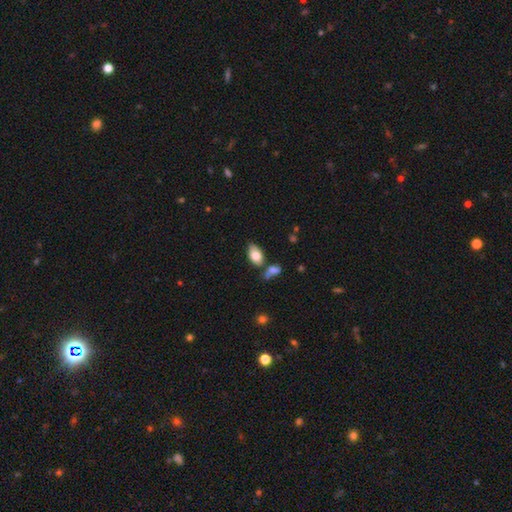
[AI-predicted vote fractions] The model was most divided on "merging": none: 56%, merger: 21%, minor disturbance: 18%, major disturbance: 5%. More confident: how rounded — in between (92%); smooth or featured — smooth (78%).